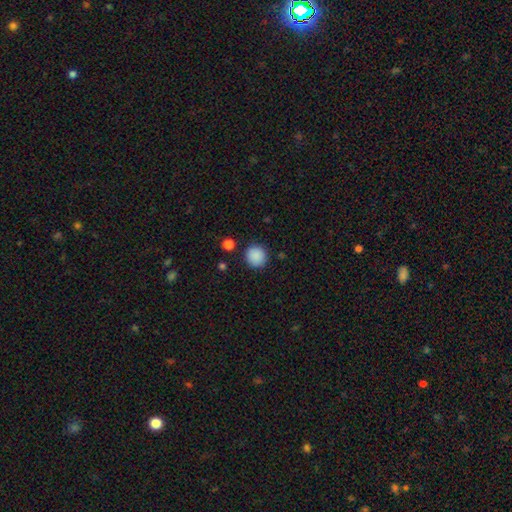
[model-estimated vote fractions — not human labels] This appears to be a smooth galaxy with no disk features (89%) that is round (93%). Merging: none (89%).